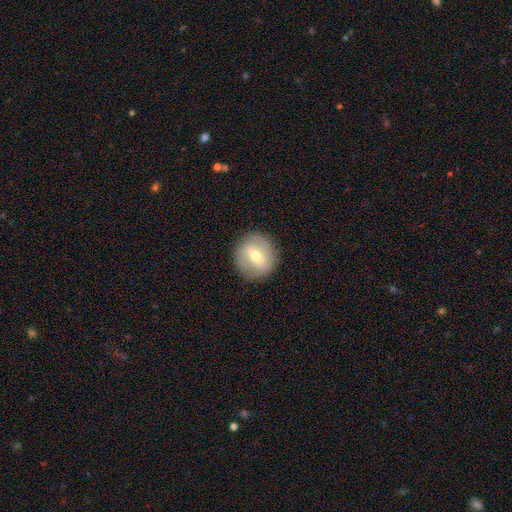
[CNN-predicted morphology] smooth-or-featured: smooth: 48% | featured or disk: 44% | star or artifact: 8%
  merging: none: 87% | minor disturbance: 9% | major disturbance: 3% | merger: 1%